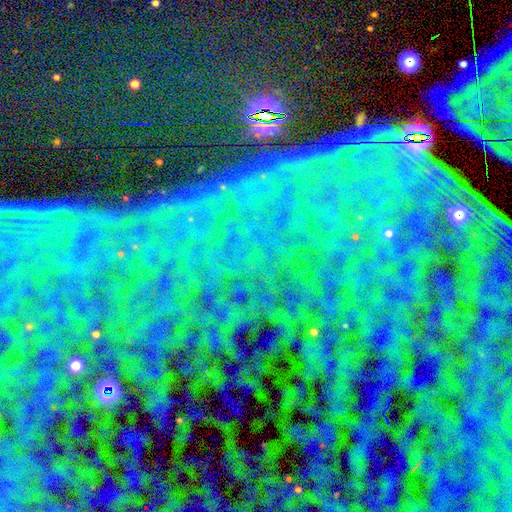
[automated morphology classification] Smooth or featured? star or artifact (86%)